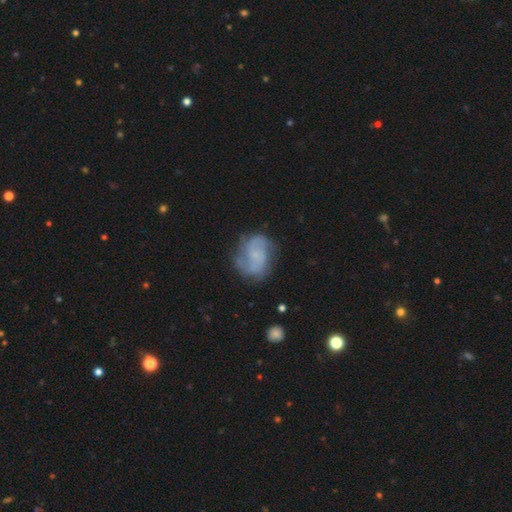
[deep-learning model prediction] Smooth or featured? Predicted: featured or disk (p=0.71). Edge-on disk? Predicted: no (p=0.98). Bar? Predicted: no (p=0.65). Spiral arms? Predicted: yes (p=0.91). Spiral winding? Predicted: medium (p=0.47). Spiral arm count? Predicted: 2 (p=0.62). Bulge size? Predicted: small (p=0.42). Merging? Predicted: none (p=0.66).